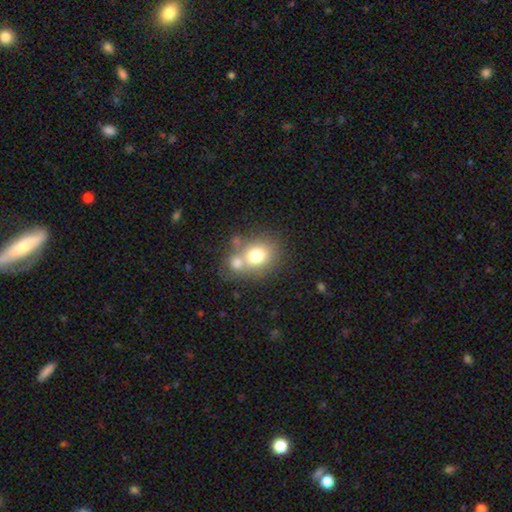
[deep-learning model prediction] Overall: smooth (72%). How rounded: round (61%; in between 38%). Merging: merger (43%; none 41%).